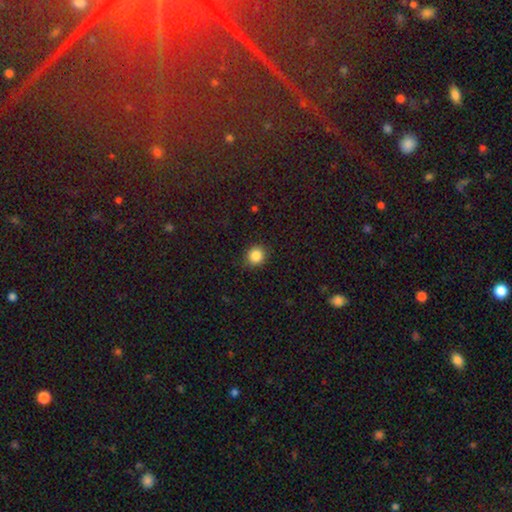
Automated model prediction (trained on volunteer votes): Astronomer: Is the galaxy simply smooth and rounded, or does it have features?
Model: smooth — 86%.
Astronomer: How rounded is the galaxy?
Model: round — 88%.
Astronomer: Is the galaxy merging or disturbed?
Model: none — 89%.